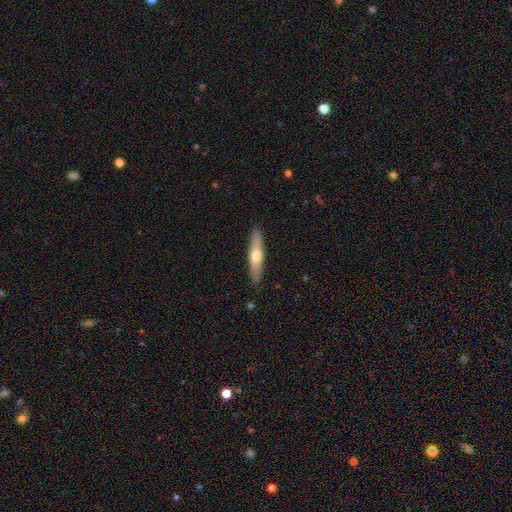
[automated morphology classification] Overall: smooth (54%; featured or disk 41%). How rounded: cigar-shaped (82%). Merging: none (90%).